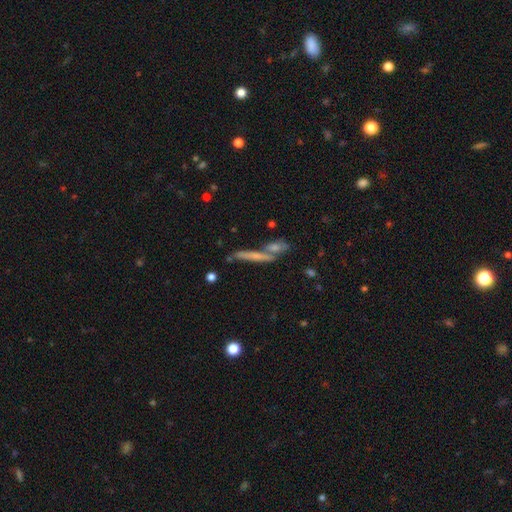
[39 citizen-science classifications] Smooth or featured: smooth — 64% (featured or disk — 31%)
How rounded: cigar-shaped — 88% (in between — 8%)
Merging: none — 54% (merger — 27%)